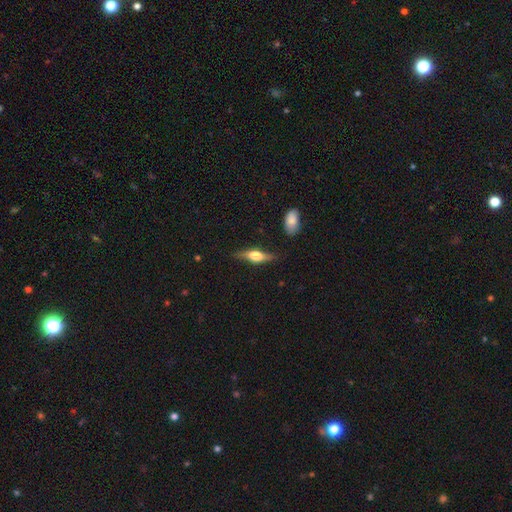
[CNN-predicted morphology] This is possibly a featured or disk galaxy (56%). It is clearly viewed edge-on (92%). Edge-on bulge: clearly rounded (90%). Merging: likely none (78%).